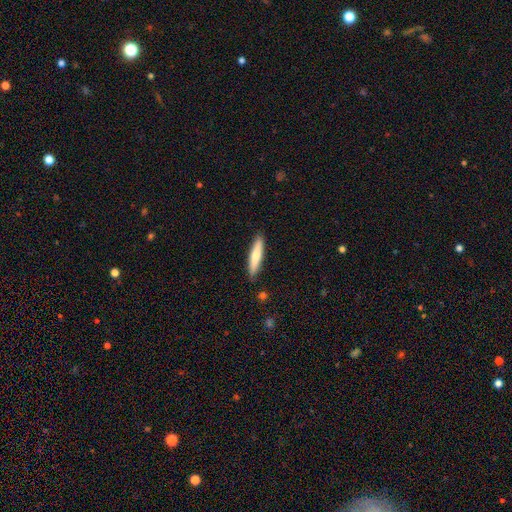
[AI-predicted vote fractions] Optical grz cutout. It shows a smooth galaxy with no disk features (69%) that is cigar-shaped (86%). Merging: none (89%).